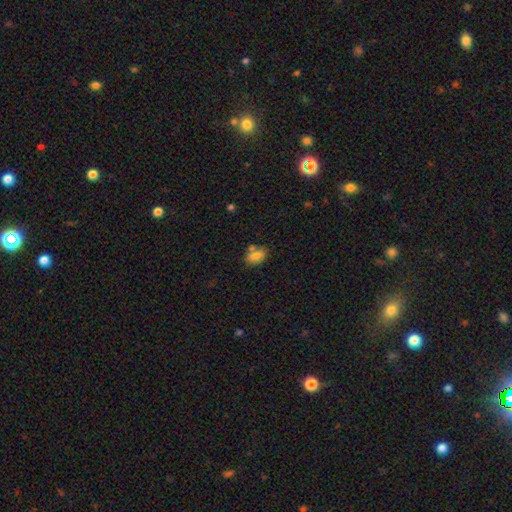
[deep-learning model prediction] Smooth or featured? smooth (80%)
How rounded? in between (84%)
Merging? none (62%)